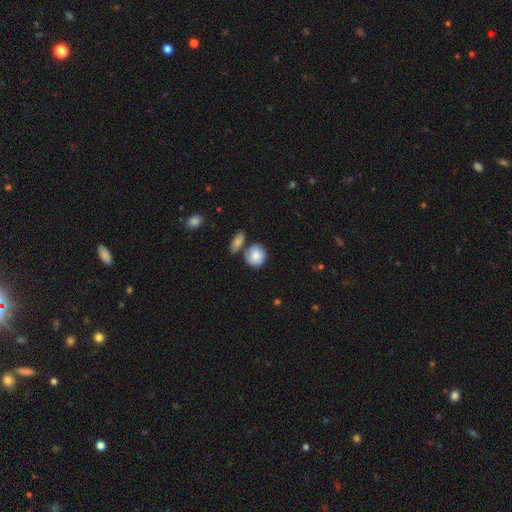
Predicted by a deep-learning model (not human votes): The model was most divided on "merging": none: 55%, merger: 23%, minor disturbance: 17%, major disturbance: 5%. More confident: smooth or featured — smooth (81%); how rounded — round (76%).